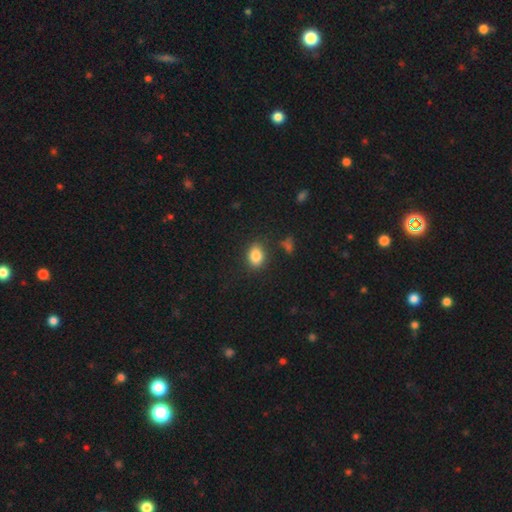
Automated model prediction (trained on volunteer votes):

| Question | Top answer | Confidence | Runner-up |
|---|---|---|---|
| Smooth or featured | smooth | 84% | star or artifact (10%) |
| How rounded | in between | 71% | round (28%) |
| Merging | none | 84% | minor disturbance (11%) |